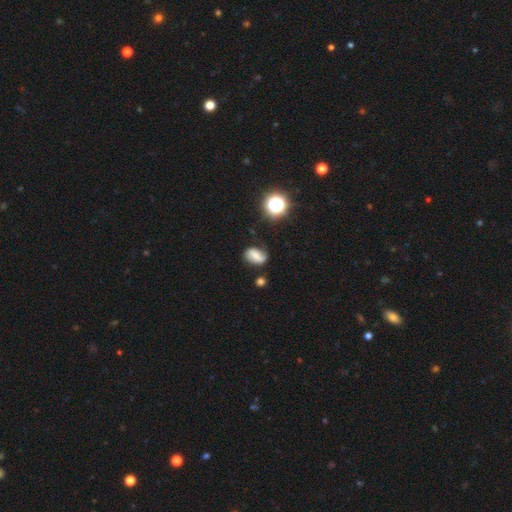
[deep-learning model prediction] Smooth or featured? Predicted: featured or disk (p=0.43, tied with smooth). Merging? Predicted: none (p=0.65).